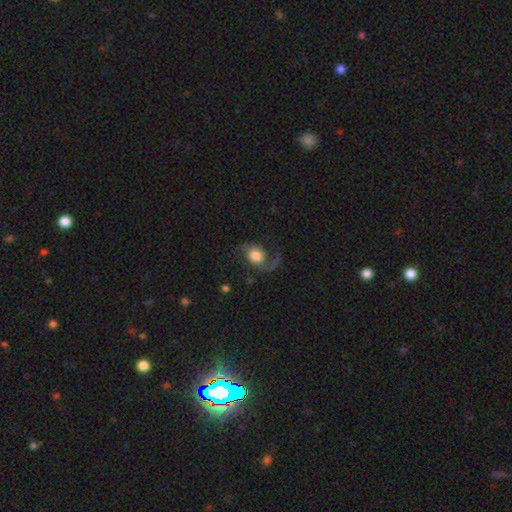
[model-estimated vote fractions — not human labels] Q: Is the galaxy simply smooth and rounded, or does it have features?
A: featured or disk — 67%.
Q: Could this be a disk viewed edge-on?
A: no — 97%.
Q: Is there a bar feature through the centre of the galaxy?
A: no — 71%.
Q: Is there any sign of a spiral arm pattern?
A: yes — 92%.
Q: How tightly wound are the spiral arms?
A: loose — 70%.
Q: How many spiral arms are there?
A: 2 — 82%.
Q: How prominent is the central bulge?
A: large — 47%.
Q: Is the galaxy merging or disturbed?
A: none — 61%.